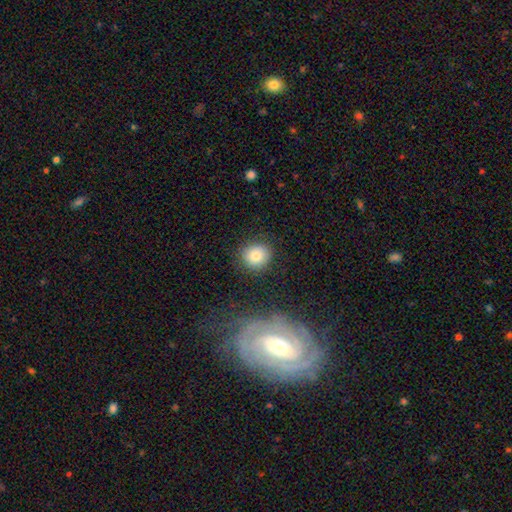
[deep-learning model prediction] smooth 83%, star or artifact 10%, featured or disk 7%. Down the decision tree: how rounded — round (84%); merging — none (87%).